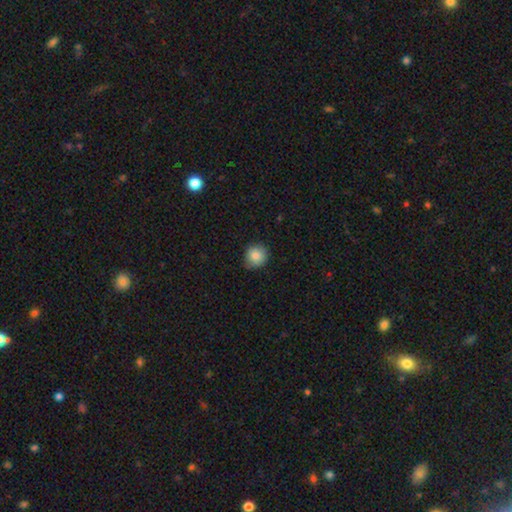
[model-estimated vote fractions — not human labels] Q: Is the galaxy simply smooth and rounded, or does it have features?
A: smooth — 85%.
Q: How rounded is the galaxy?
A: round — 86%.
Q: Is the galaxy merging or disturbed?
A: none — 75%.